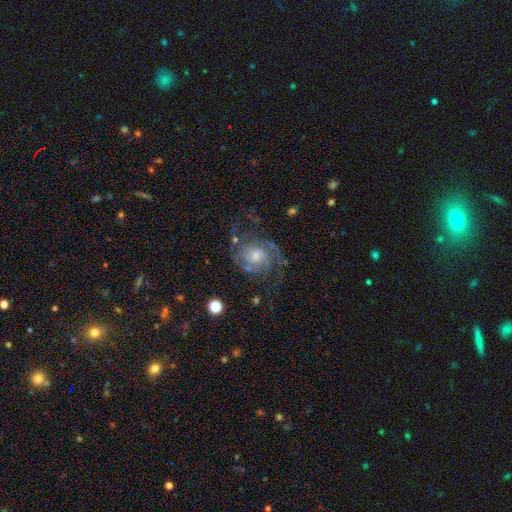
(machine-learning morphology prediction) Smooth or featured? Predicted: featured or disk (p=0.87). Edge-on disk? Predicted: no (p=0.98). Bar? Predicted: no (p=0.68). Spiral arms? Predicted: yes (p=0.96). Spiral winding? Predicted: medium (p=0.46). Spiral arm count? Predicted: 2 (p=0.56). Bulge size? Predicted: moderate (p=0.44). Merging? Predicted: none (p=0.65).